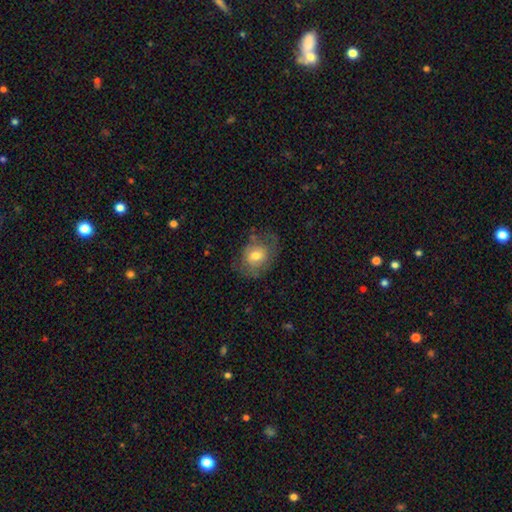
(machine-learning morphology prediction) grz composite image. It shows a smooth galaxy with no disk features (61%) that is in between round and cigar-shaped (51%). Merging: none (58%).